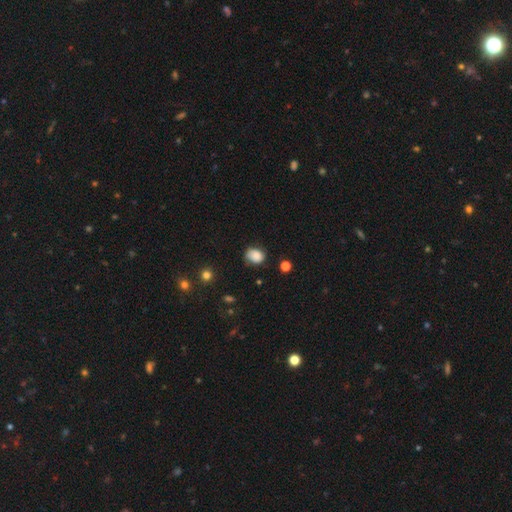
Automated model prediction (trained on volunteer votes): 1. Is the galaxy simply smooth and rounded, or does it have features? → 81% smooth, 10% star or artifact, 9% featured or disk.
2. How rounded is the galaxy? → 55% in between, 44% round, 1% cigar-shaped.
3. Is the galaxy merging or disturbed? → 61% none, 29% minor disturbance, 7% major disturbance, 2% merger.